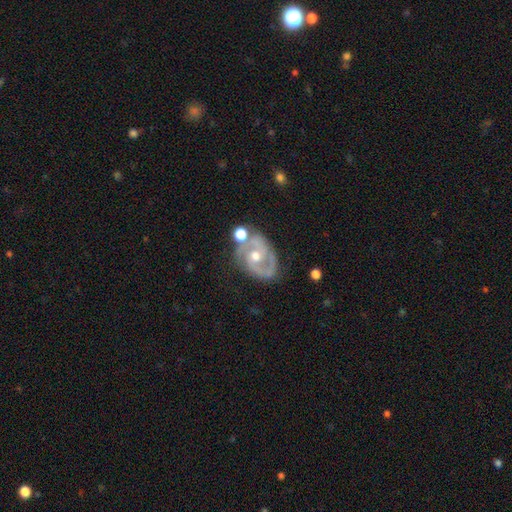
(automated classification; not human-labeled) The model was most divided on "spiral winding": medium: 46%, tight: 40%, loose: 14%. More confident: edge-on disk — no (97%); spiral arms — yes (89%); smooth or featured — featured or disk (83%); bulge size — moderate (72%); spiral arm count — 2 (70%); bar — no (60%); merging — none (58%).